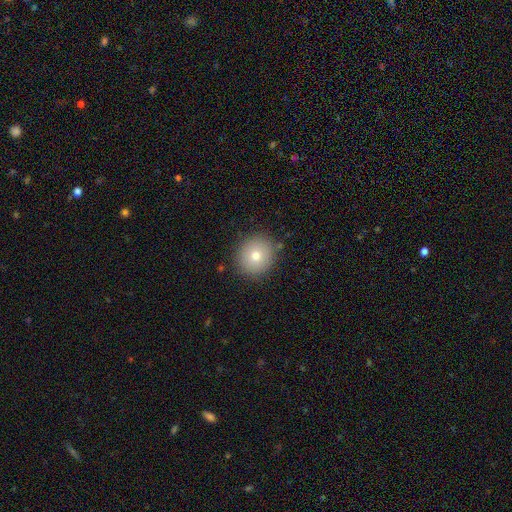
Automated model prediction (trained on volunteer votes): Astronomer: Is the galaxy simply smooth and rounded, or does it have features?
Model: smooth — 75%.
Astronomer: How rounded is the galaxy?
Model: round — 89%.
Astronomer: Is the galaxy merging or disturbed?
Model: none — 87%.